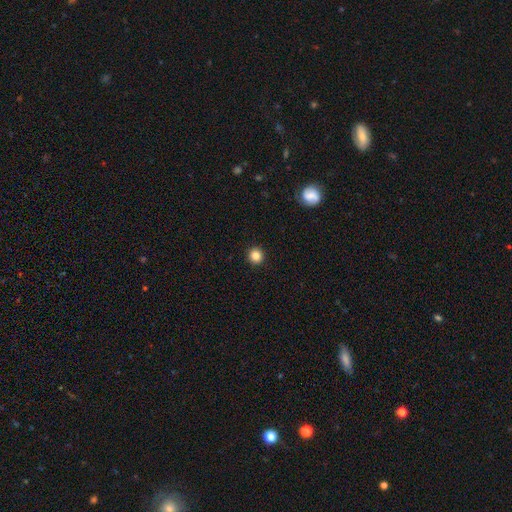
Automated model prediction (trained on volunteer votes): This is clearly a smooth galaxy (84%). How rounded: clearly round (95%). Merging: clearly none (94%).